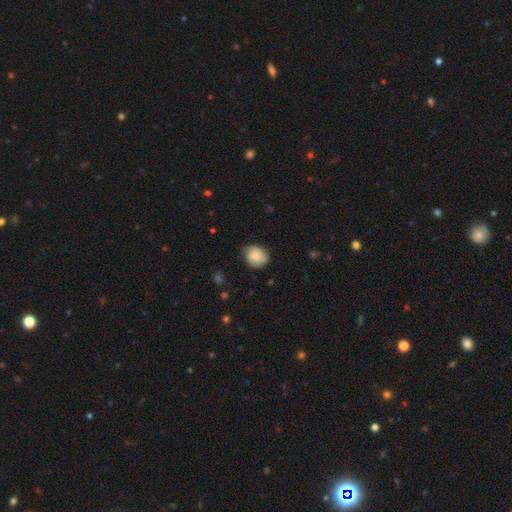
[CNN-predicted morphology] Smooth or featured? smooth (68%)
How rounded? round (65%)
Merging? none (69%)